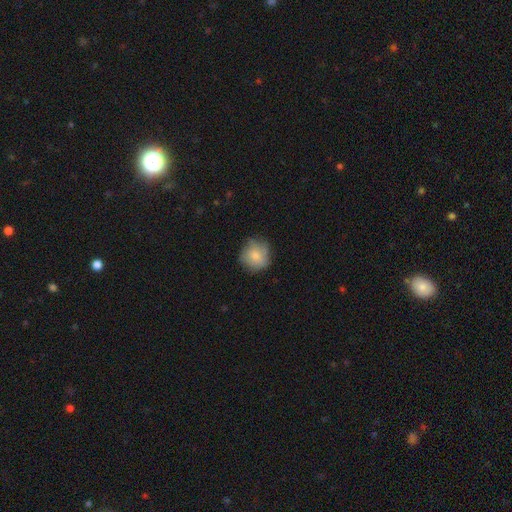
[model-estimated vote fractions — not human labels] smooth_or_featured: smooth (p=0.76) [alt: featured or disk p=0.16]
how_rounded: round (p=0.89) [alt: in between p=0.10]
merging: none (p=0.73) [alt: minor disturbance p=0.21]